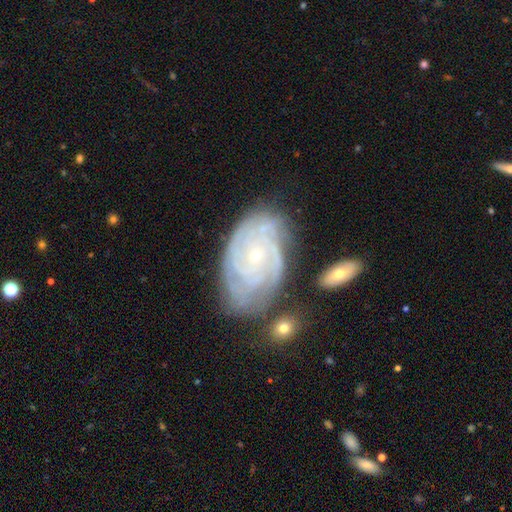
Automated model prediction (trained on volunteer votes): The model was most divided on "spiral arm count": can't tell: 30%, 4: 25%, 3: 18%, 2: 12%, more than 4: 9%, 1: 6%. More confident: edge-on disk — no (96%); spiral arms — yes (96%); smooth or featured — featured or disk (85%); bulge size — small (81%); bar — no (77%); spiral winding — tight (77%); merging — none (67%).